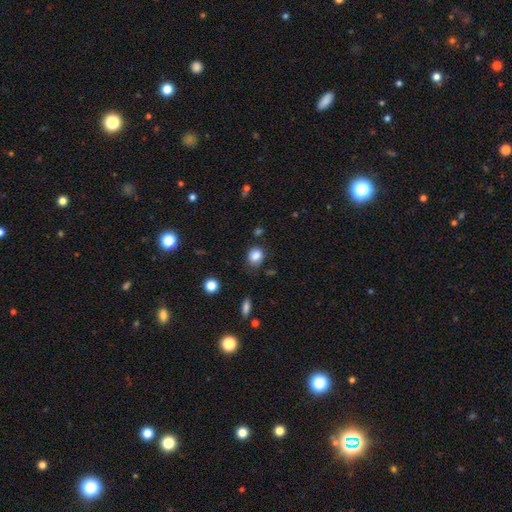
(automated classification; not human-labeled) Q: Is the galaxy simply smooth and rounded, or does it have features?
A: smooth — 85%.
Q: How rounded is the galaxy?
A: round — 61%.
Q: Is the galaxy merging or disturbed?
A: none — 70%.